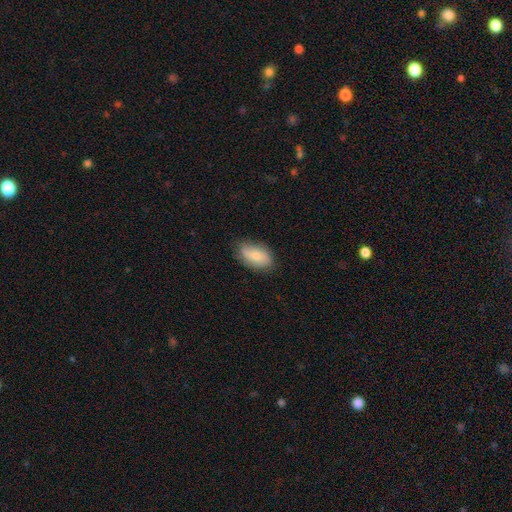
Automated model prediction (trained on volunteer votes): smooth-or-featured: smooth: 69% | featured or disk: 24% | star or artifact: 7%
  how-rounded: in between: 91% | round: 5% | cigar-shaped: 3%
  merging: none: 75% | minor disturbance: 20% | major disturbance: 4% | merger: 1%